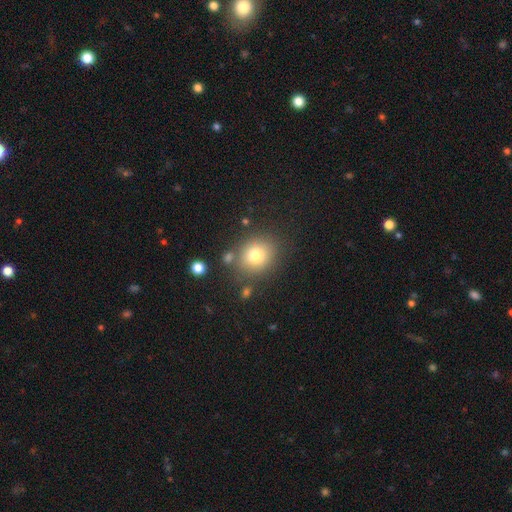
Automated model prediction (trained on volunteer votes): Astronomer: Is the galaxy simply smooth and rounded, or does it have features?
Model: smooth — 75%.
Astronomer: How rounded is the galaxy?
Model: round — 75%.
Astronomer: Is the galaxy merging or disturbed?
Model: none — 77%.